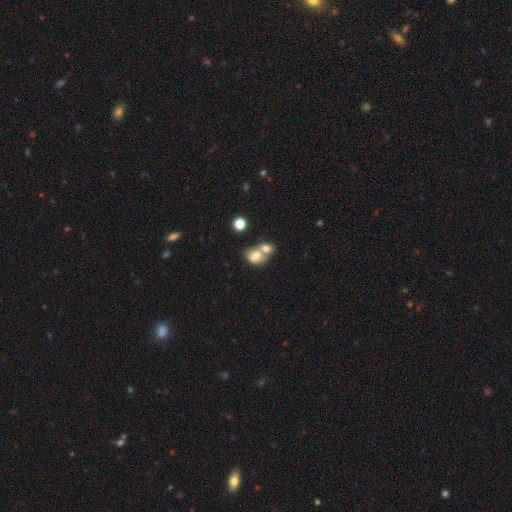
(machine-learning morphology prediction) This appears to be a smooth galaxy with no disk features (73%) that is in between round and cigar-shaped (56%). Merging: merger (66%).